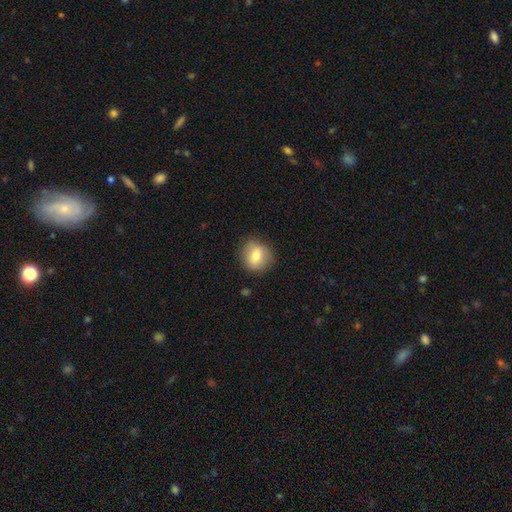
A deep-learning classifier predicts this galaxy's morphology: Smooth or featured? smooth (74%)
How rounded? round (80%)
Merging? none (85%)